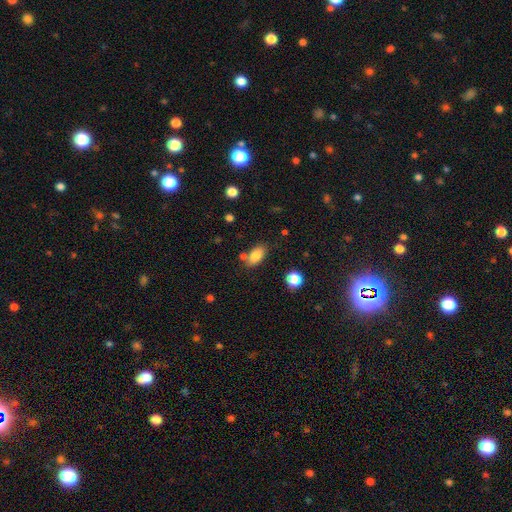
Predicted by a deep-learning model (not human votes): Smooth or featured?
  - smooth: 84% *
  - star or artifact: 9%
  - featured or disk: 7%
How rounded?
  - in between: 90% *
  - round: 5%
  - cigar-shaped: 5%
Merging?
  - none: 72% *
  - minor disturbance: 14%
  - merger: 10%
  - major disturbance: 4%